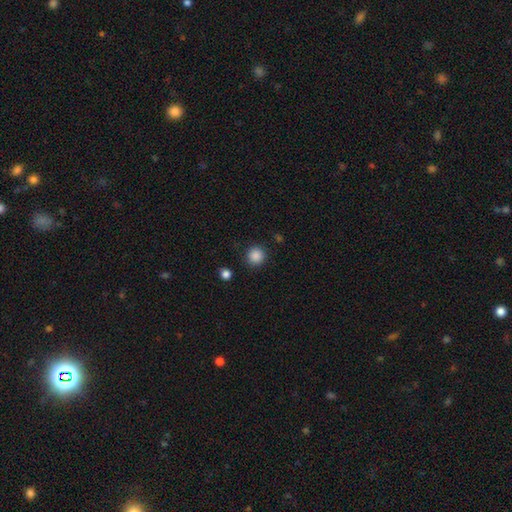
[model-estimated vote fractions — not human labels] Morphology: type=smooth (87%); roundness=round (94%); merging=none (89%).